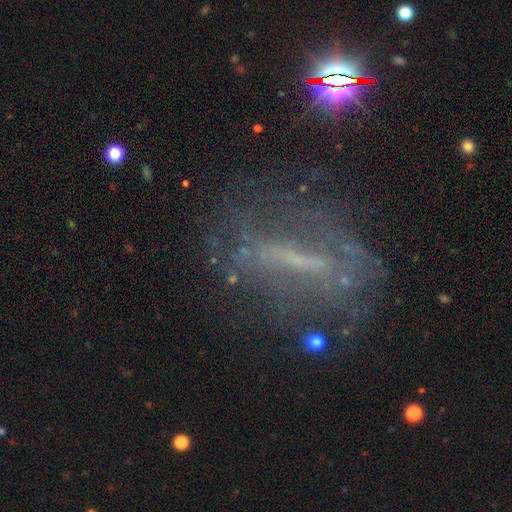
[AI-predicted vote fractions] Smooth or featured?
  - featured or disk: 63% *
  - star or artifact: 19%
  - smooth: 17%
Edge-on disk?
  - no: 71% *
  - yes: 29%
Merging?
  - none: 59% *
  - major disturbance: 19%
  - minor disturbance: 18%
  - merger: 4%